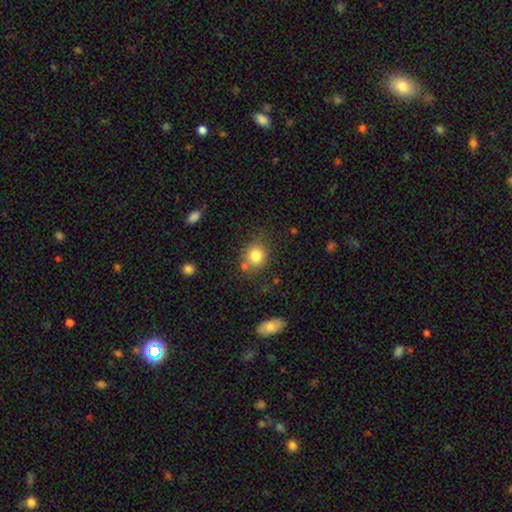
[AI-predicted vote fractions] Q: Smooth or featured?
A: smooth (81%); runner-up: star or artifact (11%)
Q: How rounded?
A: round (74%); runner-up: in between (25%)
Q: Merging?
A: none (69%); runner-up: minor disturbance (16%)